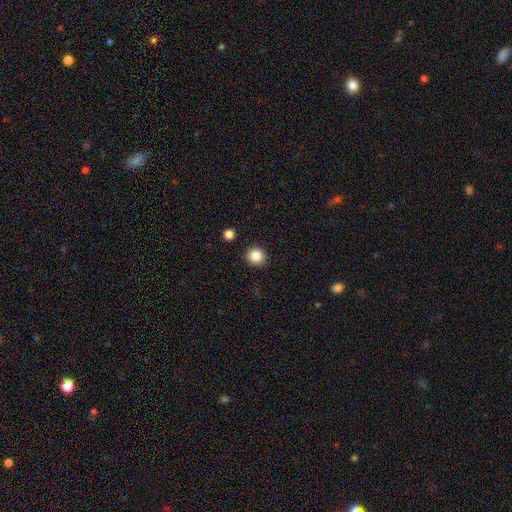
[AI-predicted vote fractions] Smooth or featured? Predicted: smooth (p=0.87). How rounded? Predicted: round (p=0.90). Merging? Predicted: none (p=0.91).